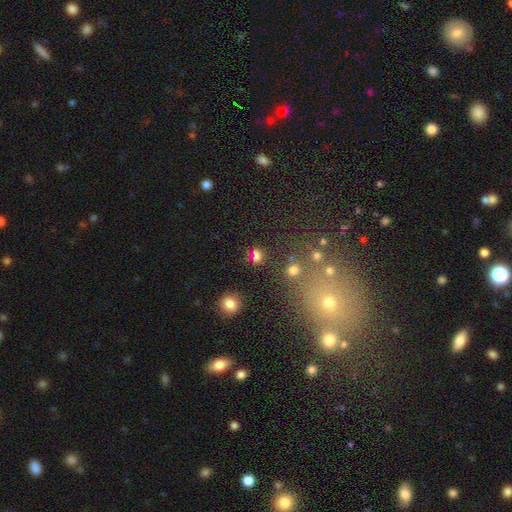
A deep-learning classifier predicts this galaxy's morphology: Smooth or featured: smooth — 70% (star or artifact — 21%)
How rounded: round — 54% (in between — 43%)
Merging: none — 70% (minor disturbance — 13%)